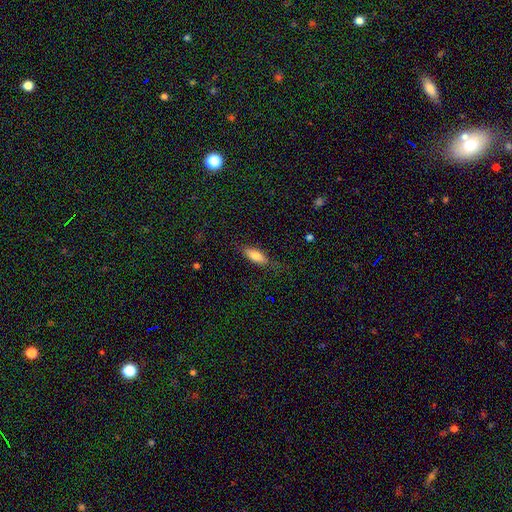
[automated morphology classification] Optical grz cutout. It shows a smooth galaxy with no disk features (74%) that is in between round and cigar-shaped (64%). Merging: none (75%).